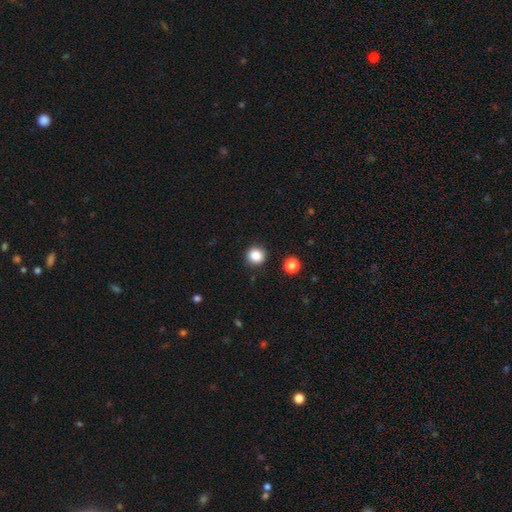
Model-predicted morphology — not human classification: Smooth or featured? Predicted: smooth (p=0.86). How rounded? Predicted: round (p=0.92). Merging? Predicted: none (p=0.90).